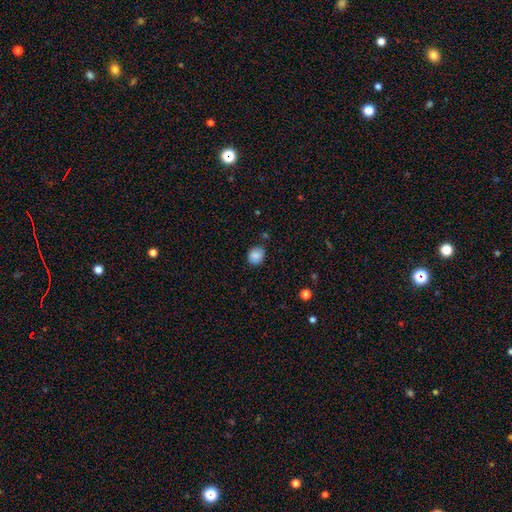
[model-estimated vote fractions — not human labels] This appears to be a smooth galaxy with no disk features (84%) that is round (65%). Merging: none (76%).